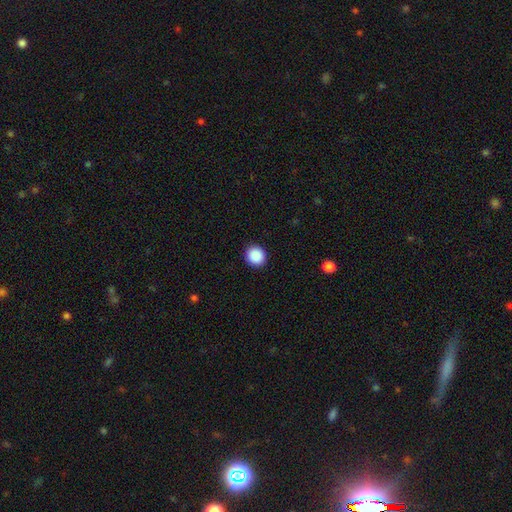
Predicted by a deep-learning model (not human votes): smooth-or-featured: smooth: 89% | star or artifact: 8% | featured or disk: 2%
  how-rounded: round: 91% | in between: 9% | cigar-shaped: 1%
  merging: none: 93% | minor disturbance: 5% | major disturbance: 2% | merger: 1%